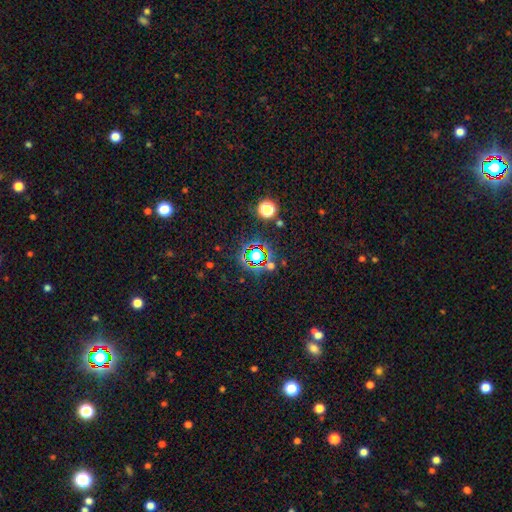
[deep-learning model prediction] star or artifact 66%, smooth 23%, featured or disk 10%.